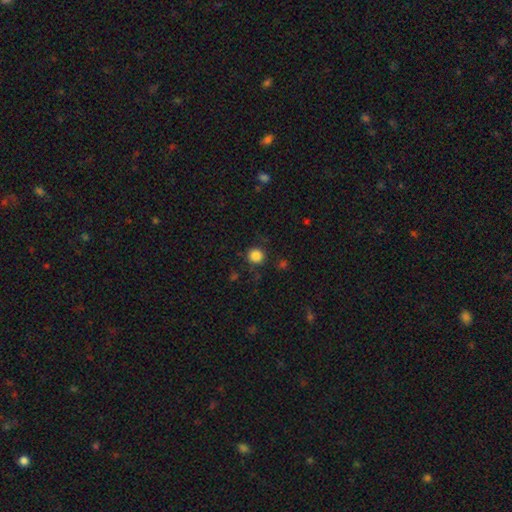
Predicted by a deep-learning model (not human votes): The model was most divided on "smooth or featured": smooth: 85%, star or artifact: 11%, featured or disk: 3%. More confident: how rounded — round (93%); merging — none (88%).